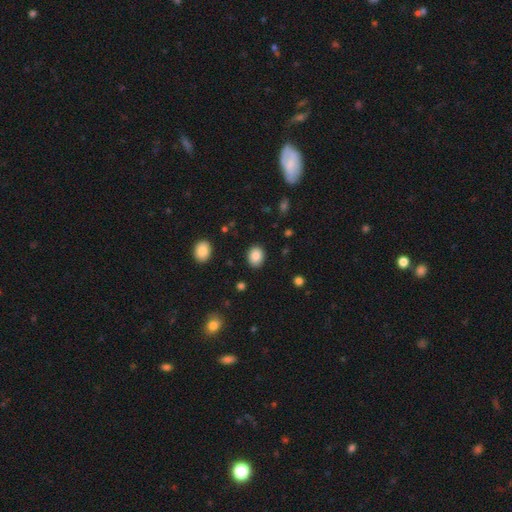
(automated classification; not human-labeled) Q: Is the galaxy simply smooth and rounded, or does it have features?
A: smooth — 87%.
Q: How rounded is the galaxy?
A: in between — 54%.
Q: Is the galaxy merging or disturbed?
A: none — 88%.